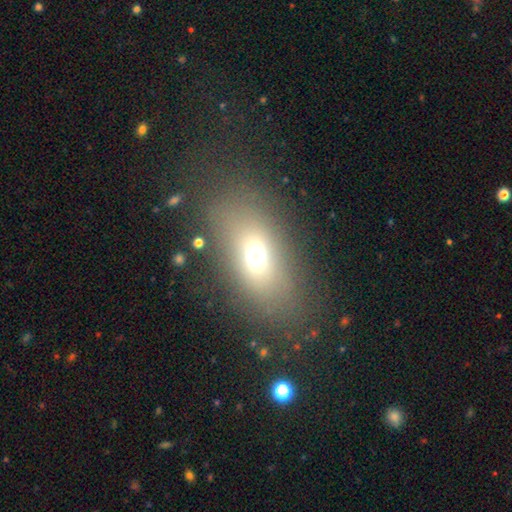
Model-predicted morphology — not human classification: smooth-or-featured: smooth: 65% | featured or disk: 18% | star or artifact: 17%
  how-rounded: in between: 79% | round: 16% | cigar-shaped: 5%
  merging: none: 77% | minor disturbance: 12% | major disturbance: 9% | merger: 2%